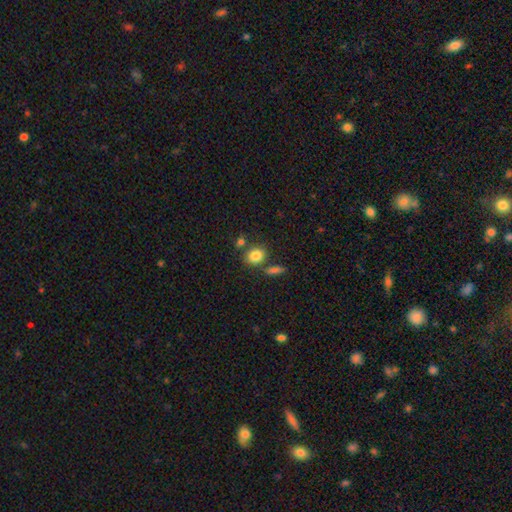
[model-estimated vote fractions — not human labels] This appears to be a smooth galaxy with no disk features (84%) that is round (54%). Merging: none (67%).